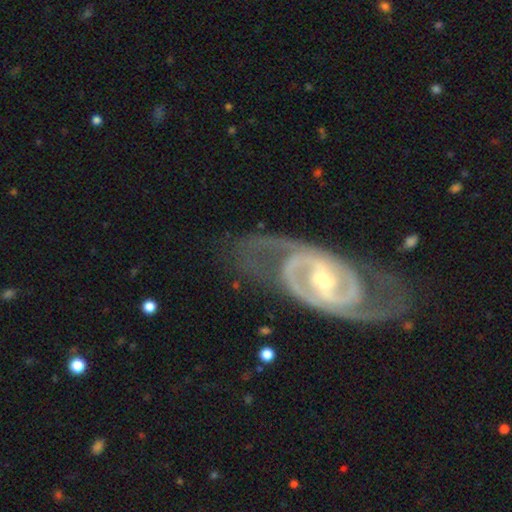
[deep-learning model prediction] A featured or disk galaxy (91%) with a weak bar (37%), 2 (84%) tight (47%) spiral arms (96%) and a moderate central bulge (52%).

Vote fractions:
- Smooth or featured? featured or disk: 91% / star or artifact: 5% / smooth: 4%
- Edge-on disk? no: 95% / yes: 5%
- Bar? weak: 37% / no: 36% / strong: 27%
- Spiral arms? yes: 96% / no: 4%
- Spiral winding? tight: 47% / medium: 42% / loose: 11%
- Spiral arm count? 2: 84% / can't tell: 6% / 3: 4% / 1: 2% / 4: 2% / more than 4: 2%
- Bulge size? moderate: 52% / small: 43% / large: 3% / none: 1% / dominant: 1%
- Merging? none: 72% / minor disturbance: 15% / major disturbance: 10% / merger: 2%